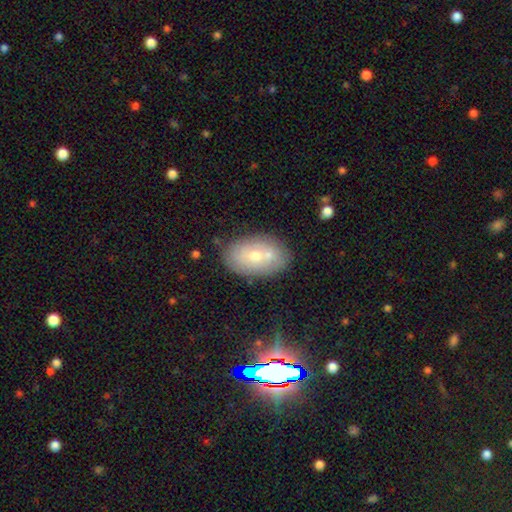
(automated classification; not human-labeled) smooth-or-featured: smooth: 55% | featured or disk: 34% | star or artifact: 11%
  how-rounded: in between: 90% | round: 9% | cigar-shaped: 2%
  merging: none: 63% | merger: 18% | minor disturbance: 15% | major disturbance: 4%